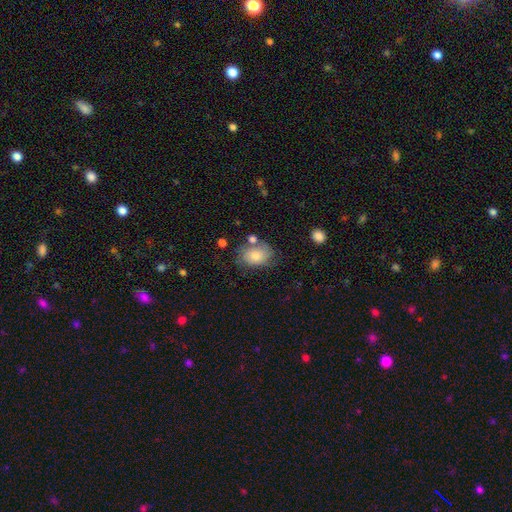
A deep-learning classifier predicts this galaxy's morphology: Smooth or featured? Predicted: smooth (p=0.70). How rounded? Predicted: in between (p=0.68). Merging? Predicted: none (p=0.52).